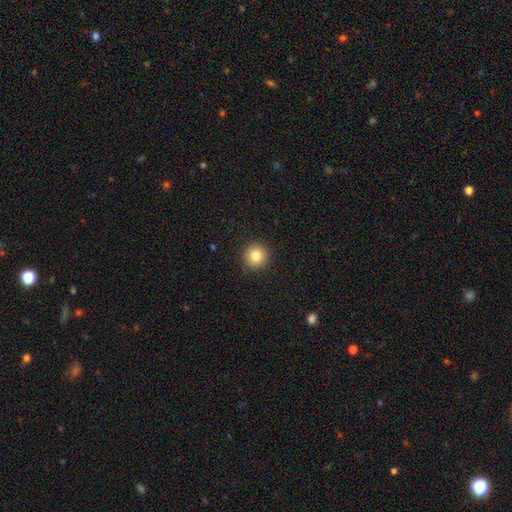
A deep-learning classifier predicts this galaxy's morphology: smooth-or-featured: smooth: 81% | star or artifact: 11% | featured or disk: 8%
  how-rounded: round: 95% | in between: 4% | cigar-shaped: 1%
  merging: none: 91% | minor disturbance: 6% | major disturbance: 2% | merger: 1%